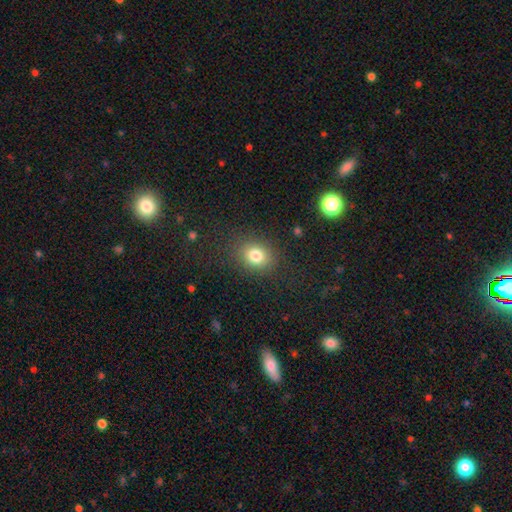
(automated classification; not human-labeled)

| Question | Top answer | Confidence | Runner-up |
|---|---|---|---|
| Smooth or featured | smooth | 80% | star or artifact (12%) |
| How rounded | round | 57% | in between (42%) |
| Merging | none | 85% | minor disturbance (9%) |